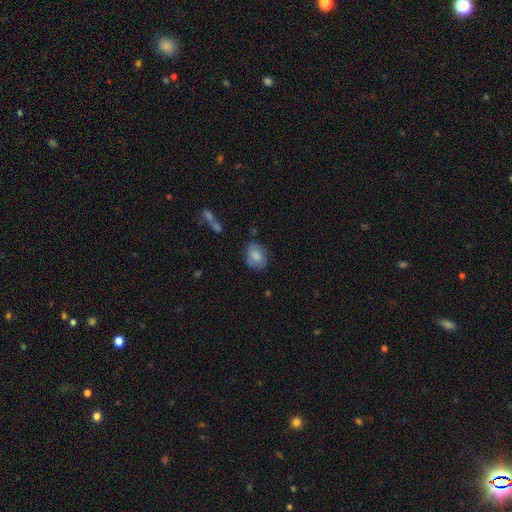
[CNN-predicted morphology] smooth-or-featured: smooth: 77% | featured or disk: 15% | star or artifact: 8%
  how-rounded: in between: 73% | round: 26% | cigar-shaped: 1%
  merging: none: 64% | minor disturbance: 25% | major disturbance: 7% | merger: 3%